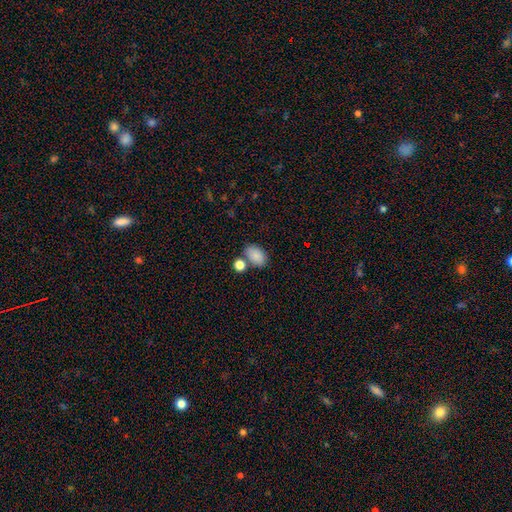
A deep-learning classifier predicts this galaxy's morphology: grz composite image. It shows a smooth galaxy with no disk features (86%) that is in between round and cigar-shaped (85%). Merging: none (66%).